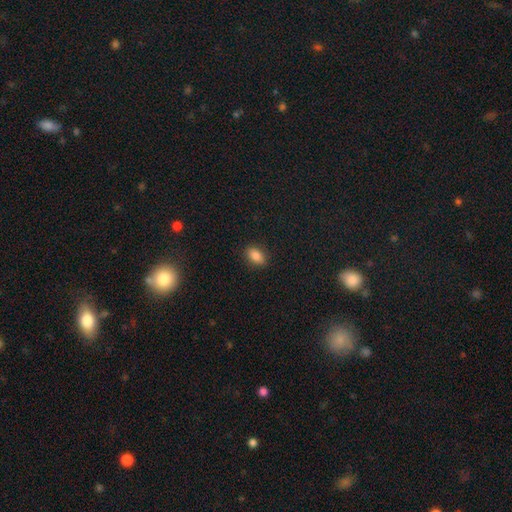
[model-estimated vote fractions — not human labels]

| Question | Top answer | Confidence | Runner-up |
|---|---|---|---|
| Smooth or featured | smooth | 85% | star or artifact (9%) |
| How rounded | in between | 89% | round (8%) |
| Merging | none | 88% | minor disturbance (8%) |